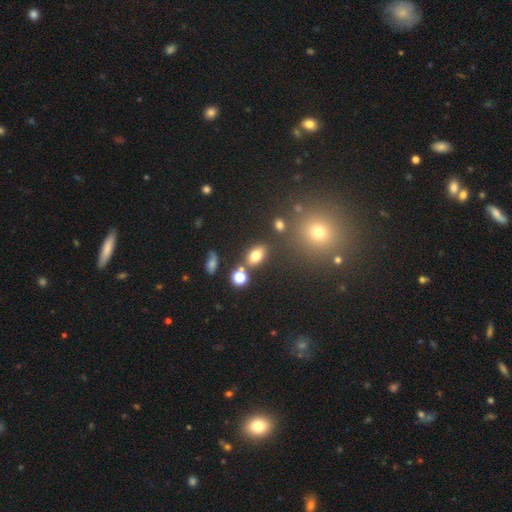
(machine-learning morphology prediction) Smooth or featured?
  - smooth: 74% *
  - star or artifact: 14%
  - featured or disk: 11%
How rounded?
  - in between: 82% *
  - round: 15%
  - cigar-shaped: 3%
Merging?
  - none: 72% *
  - merger: 12%
  - minor disturbance: 12%
  - major disturbance: 4%